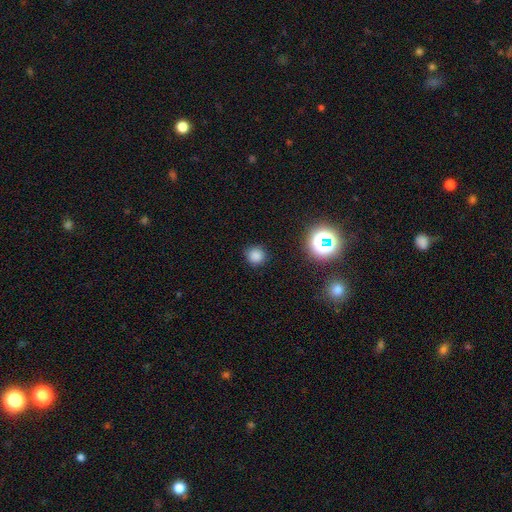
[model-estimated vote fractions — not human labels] Smooth or featured? Predicted: smooth (p=0.78). How rounded? Predicted: round (p=0.92). Merging? Predicted: none (p=0.87).